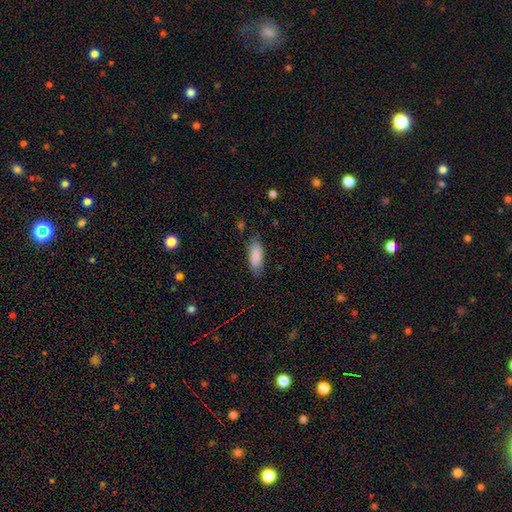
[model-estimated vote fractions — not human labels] Smooth or featured: smooth — 87% (featured or disk — 7%)
How rounded: in between — 73% (cigar-shaped — 25%)
Merging: none — 77% (minor disturbance — 17%)